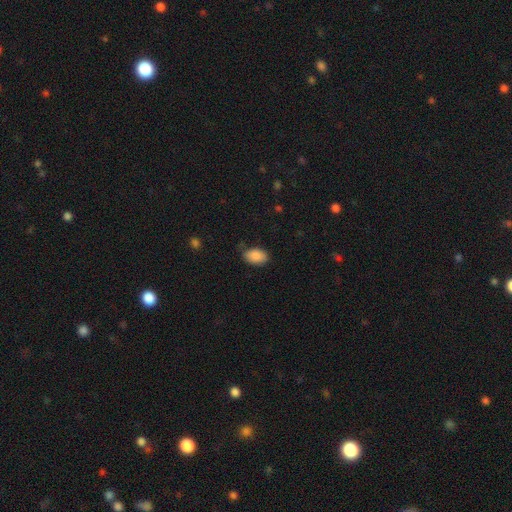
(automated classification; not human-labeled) A smooth galaxy with no disk features (89%) that is in between round and cigar-shaped (90%).

Vote fractions:
- Smooth or featured? smooth: 89% / star or artifact: 7% / featured or disk: 4%
- How rounded? in between: 90% / round: 9% / cigar-shaped: 1%
- Merging? none: 76% / minor disturbance: 19% / major disturbance: 4% / merger: 1%